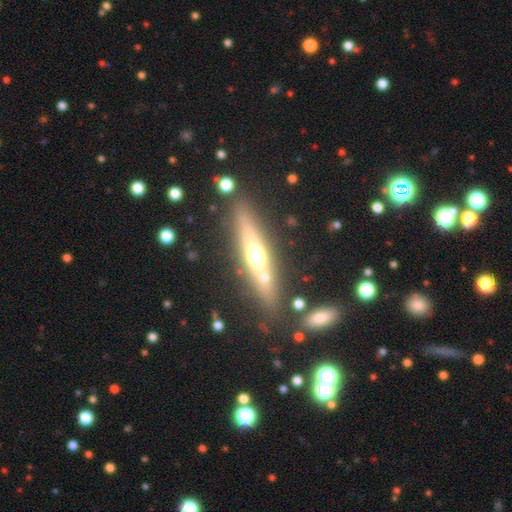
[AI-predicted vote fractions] Overall: featured or disk (58%; smooth 33%). Edge-on disk: yes (88%). Edge-on bulge: rounded (90%). Merging: none (79%).